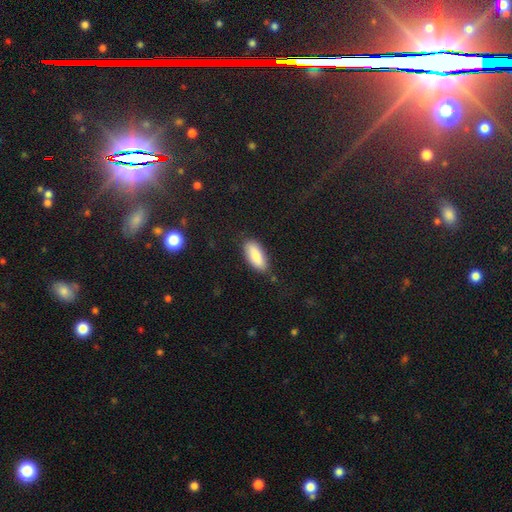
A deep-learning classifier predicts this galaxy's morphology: A smooth galaxy with no disk features (84%) that is in between round and cigar-shaped (84%).

Vote fractions:
- Smooth or featured? smooth: 84% / featured or disk: 10% / star or artifact: 6%
- How rounded? in between: 84% / cigar-shaped: 14% / round: 2%
- Merging? none: 81% / minor disturbance: 14% / major disturbance: 3% / merger: 2%